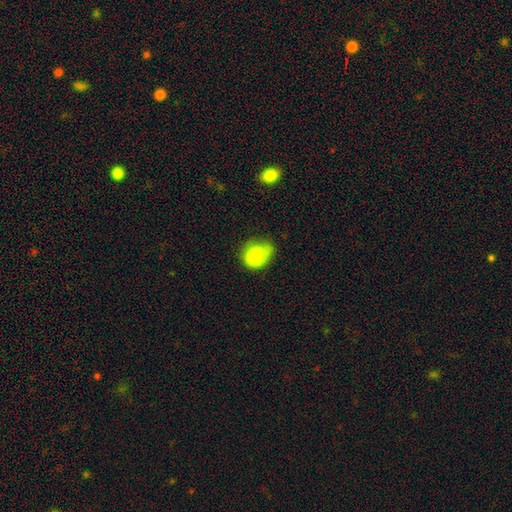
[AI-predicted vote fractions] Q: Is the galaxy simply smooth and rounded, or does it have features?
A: smooth — 83%.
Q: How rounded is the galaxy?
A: round — 57%.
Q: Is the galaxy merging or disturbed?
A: none — 42%.